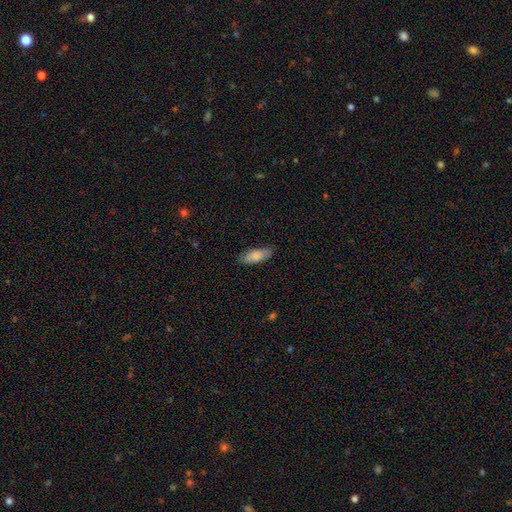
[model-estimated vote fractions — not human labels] This appears to be a smooth galaxy with no disk features (81%) that is in between round and cigar-shaped (75%). Merging: none (82%).